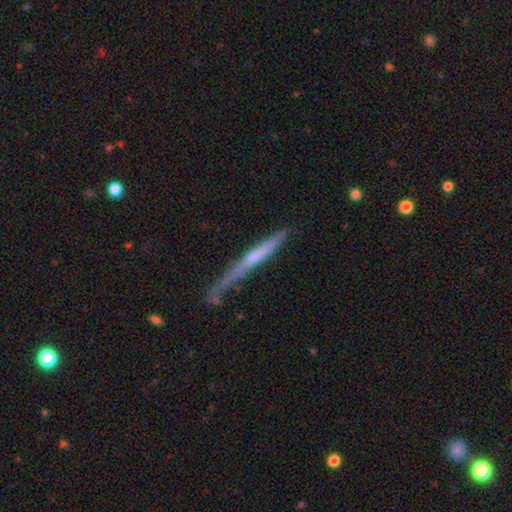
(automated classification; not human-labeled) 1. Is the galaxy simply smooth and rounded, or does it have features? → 53% featured or disk, 41% smooth, 6% star or artifact.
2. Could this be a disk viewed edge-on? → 93% yes, 7% no.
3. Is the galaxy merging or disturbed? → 61% none, 25% minor disturbance, 9% major disturbance, 5% merger.